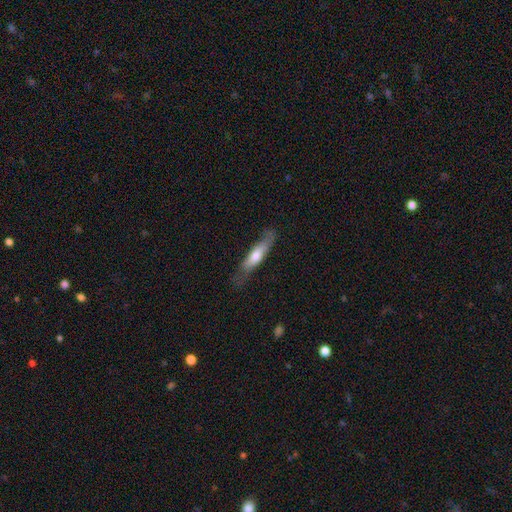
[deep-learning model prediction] Smooth or featured? smooth (56%)
How rounded? cigar-shaped (77%)
Merging? none (63%)